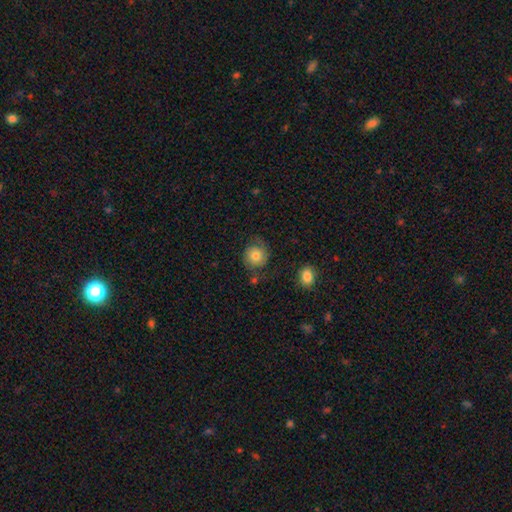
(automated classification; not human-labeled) This is possibly a smooth galaxy (57%). How rounded: clearly round (88%). Merging: likely none (69%).